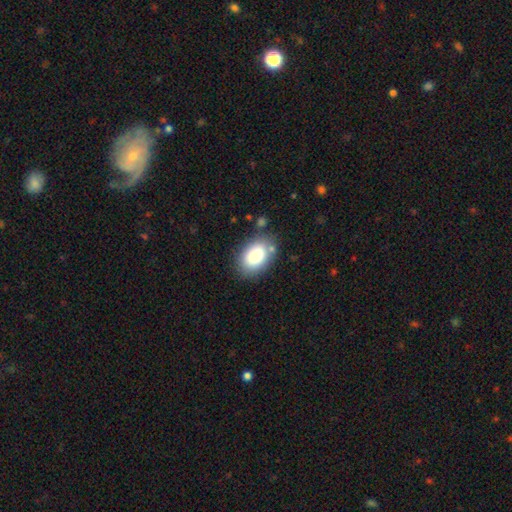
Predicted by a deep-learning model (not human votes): Q: Smooth or featured?
A: smooth (86%); runner-up: star or artifact (7%)
Q: How rounded?
A: in between (85%); runner-up: round (14%)
Q: Merging?
A: none (76%); runner-up: minor disturbance (15%)